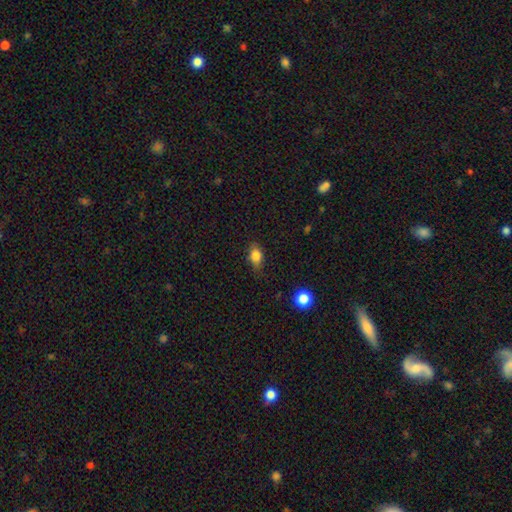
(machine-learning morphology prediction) A smooth galaxy with no disk features (82%) that is in between round and cigar-shaped (78%).

Vote fractions:
- Smooth or featured? smooth: 82% / star or artifact: 10% / featured or disk: 8%
- How rounded? in between: 78% / round: 18% / cigar-shaped: 4%
- Merging? none: 76% / minor disturbance: 19% / major disturbance: 4% / merger: 1%